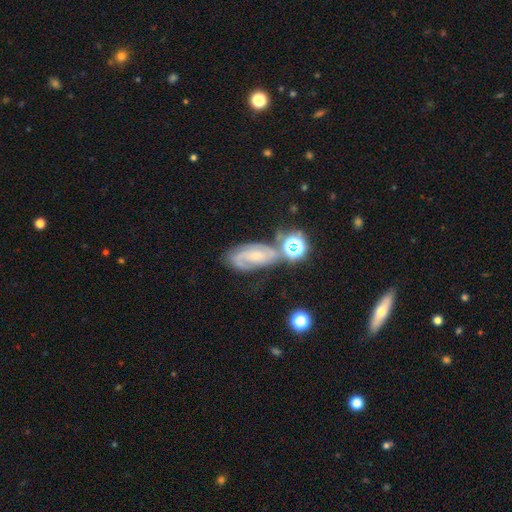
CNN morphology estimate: A featured or disk galaxy (71%) with no bar (45%), 2 (71%) medium (45%) spiral arms (93%) and a small central bulge (62%). Merging: none (57%).